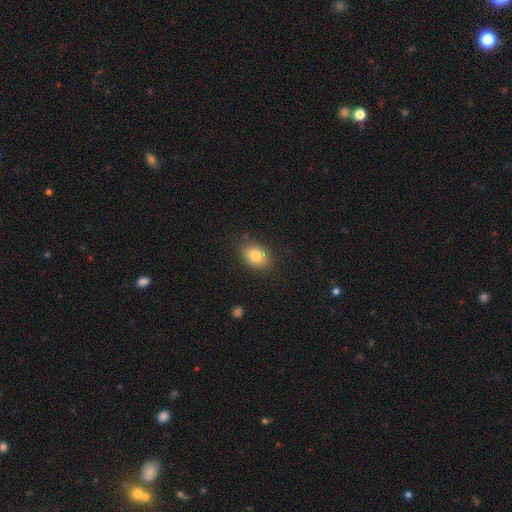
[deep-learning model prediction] The model was most divided on "how rounded": in between: 72%, round: 27%, cigar-shaped: 1%. More confident: merging — none (84%); smooth or featured — smooth (81%).